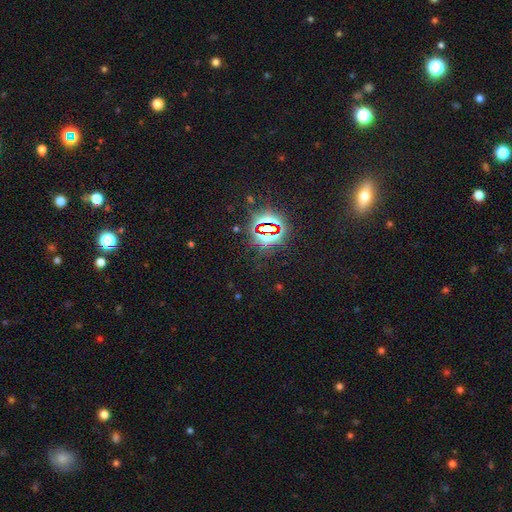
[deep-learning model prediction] A star or artifact, not a galaxy (78%).

Vote fractions:
- Smooth or featured? star or artifact: 78% / smooth: 14% / featured or disk: 9%